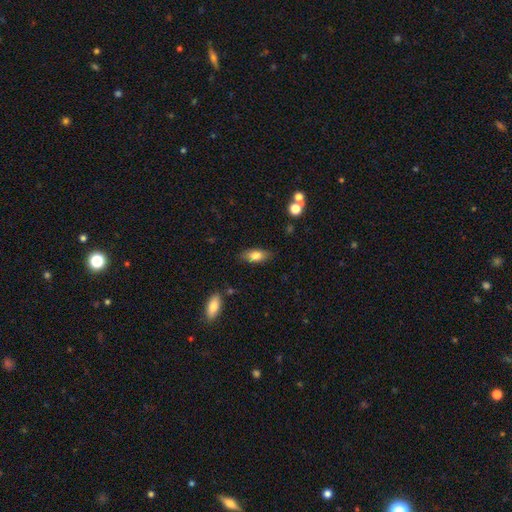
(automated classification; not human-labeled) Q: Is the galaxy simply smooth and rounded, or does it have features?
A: smooth — 78%.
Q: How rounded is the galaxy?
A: in between — 84%.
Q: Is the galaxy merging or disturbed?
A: none — 82%.